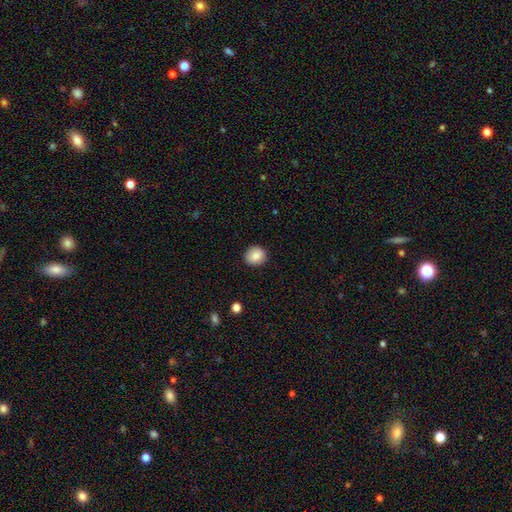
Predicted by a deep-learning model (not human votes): Q: Smooth or featured?
A: smooth (84%); runner-up: star or artifact (8%)
Q: How rounded?
A: round (80%); runner-up: in between (19%)
Q: Merging?
A: none (87%); runner-up: minor disturbance (9%)